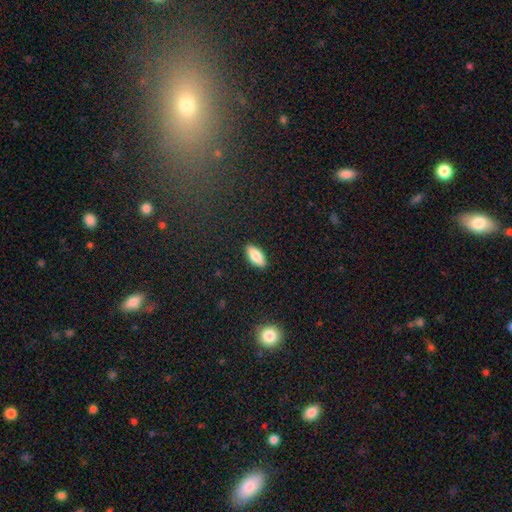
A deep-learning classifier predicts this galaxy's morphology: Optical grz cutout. It shows a smooth galaxy with no disk features (79%) that is in between round and cigar-shaped (84%). Merging: none (89%).